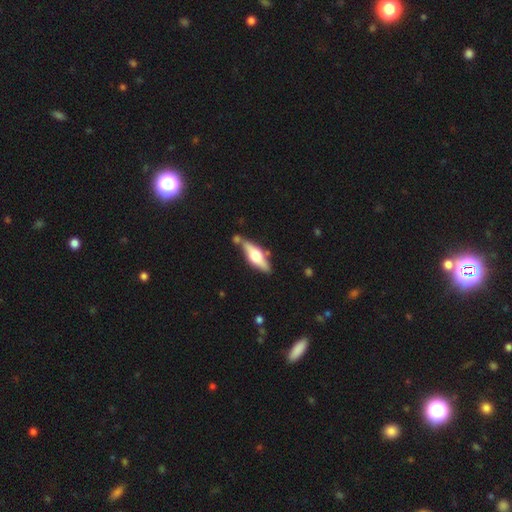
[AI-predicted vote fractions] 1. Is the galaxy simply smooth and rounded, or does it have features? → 62% featured or disk, 33% smooth, 5% star or artifact.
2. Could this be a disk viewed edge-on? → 92% yes, 8% no.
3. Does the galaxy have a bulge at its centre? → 92% rounded, 6% boxy, 2% none.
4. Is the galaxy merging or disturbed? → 73% none, 14% minor disturbance, 9% merger, 4% major disturbance.